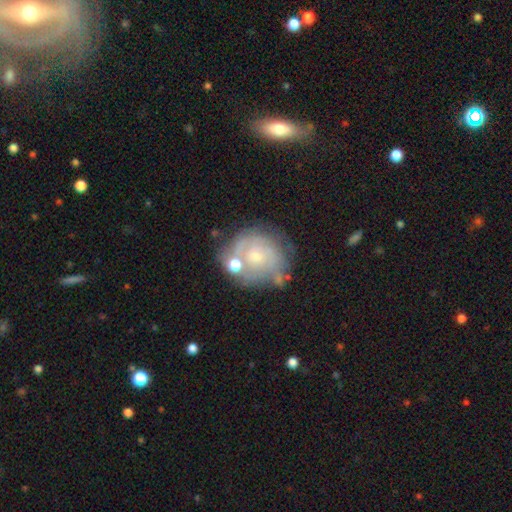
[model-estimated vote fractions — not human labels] A featured or disk galaxy (65%) with no bar (78%), spiral arms (70%) and a small central bulge (65%). Merging: none (57%).